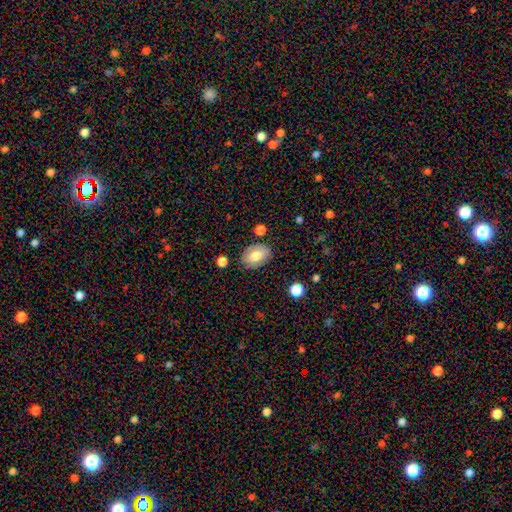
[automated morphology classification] Smooth or featured? smooth (74%)
How rounded? in between (84%)
Merging? none (81%)